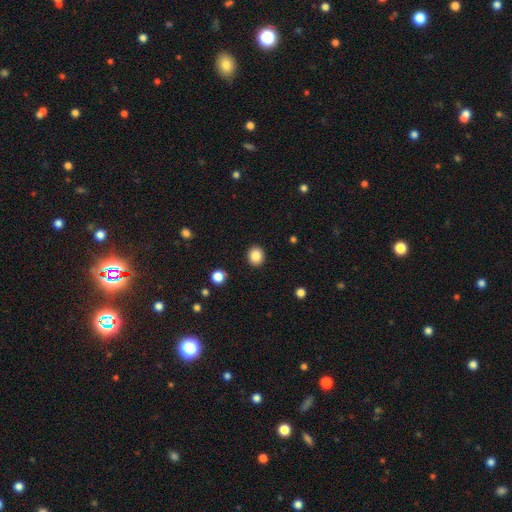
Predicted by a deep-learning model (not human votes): smooth 86%, star or artifact 10%, featured or disk 4%. Down the decision tree: how rounded — round (80%); merging — none (92%).